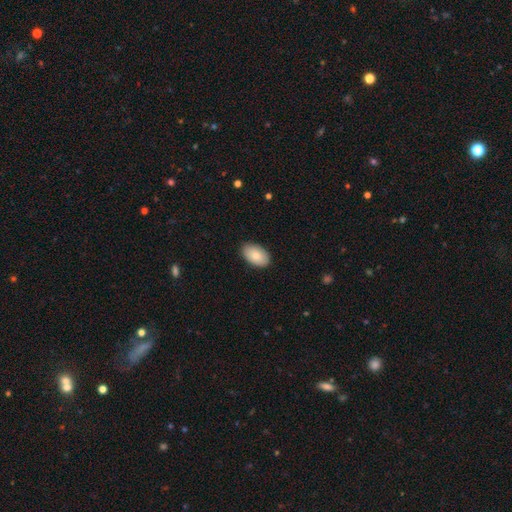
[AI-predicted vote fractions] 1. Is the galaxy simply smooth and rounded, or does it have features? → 81% smooth, 13% featured or disk, 7% star or artifact.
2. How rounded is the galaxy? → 93% in between, 6% round, 1% cigar-shaped.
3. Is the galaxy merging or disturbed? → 87% none, 10% minor disturbance, 2% major disturbance, 1% merger.